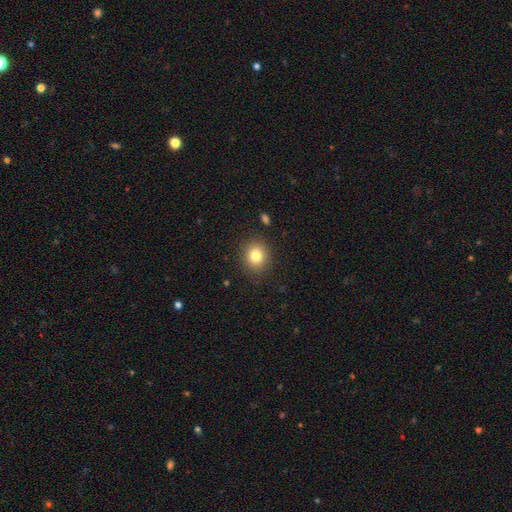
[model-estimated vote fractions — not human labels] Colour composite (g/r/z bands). It shows a smooth galaxy with no disk features (81%) that is round (80%). Merging: none (88%).